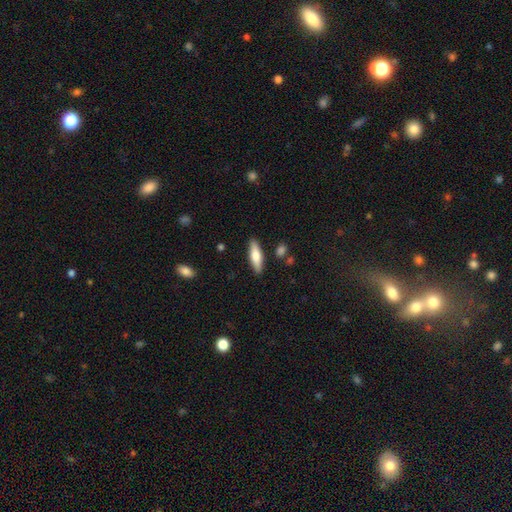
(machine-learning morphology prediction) smooth 61%, featured or disk 33%, star or artifact 6%. Down the decision tree: how rounded — cigar-shaped (59%); merging — none (87%).